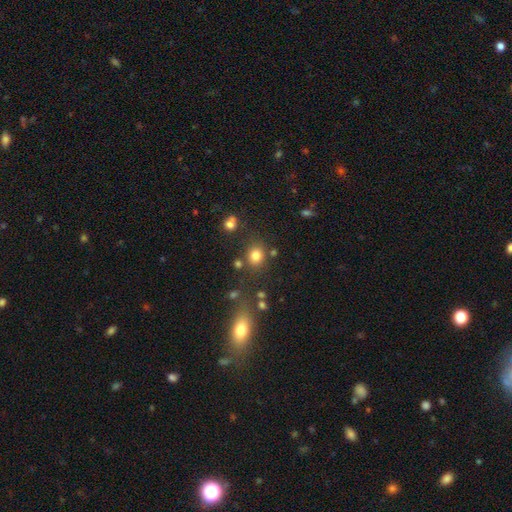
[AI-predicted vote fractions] This appears to be a smooth galaxy with no disk features (79%) that is round (70%). Merging: none (76%).